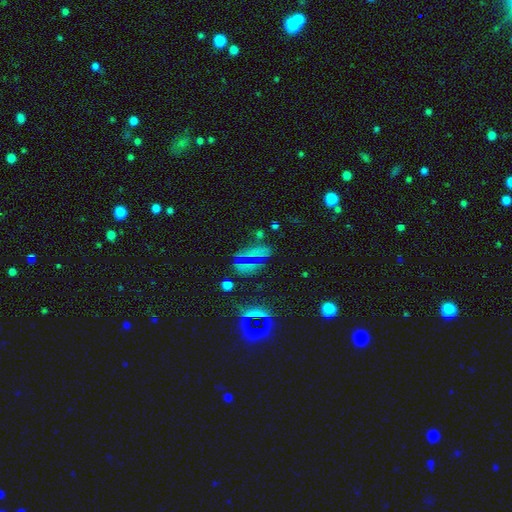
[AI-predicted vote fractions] Morphology: type=star or artifact (43%).